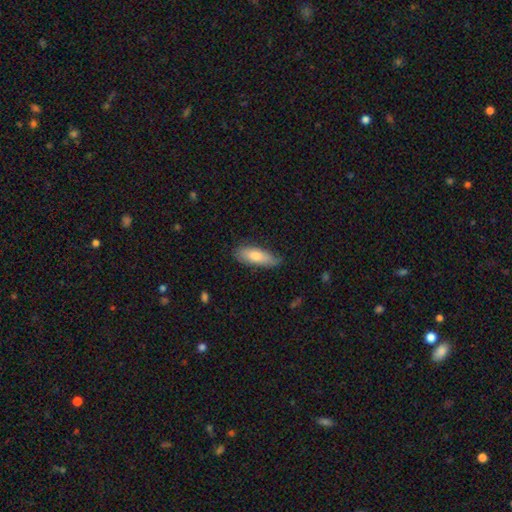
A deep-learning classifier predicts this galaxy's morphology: type=smooth (74%); roundness=in between (55%); merging=none (74%).